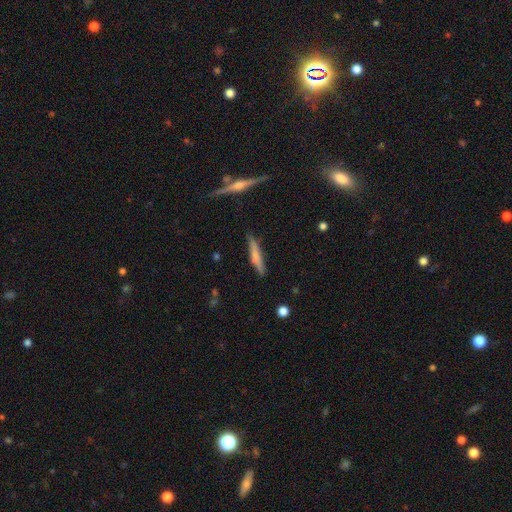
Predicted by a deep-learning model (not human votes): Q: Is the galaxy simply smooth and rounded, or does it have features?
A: smooth — 58%.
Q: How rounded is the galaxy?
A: cigar-shaped — 90%.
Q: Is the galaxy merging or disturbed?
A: none — 83%.